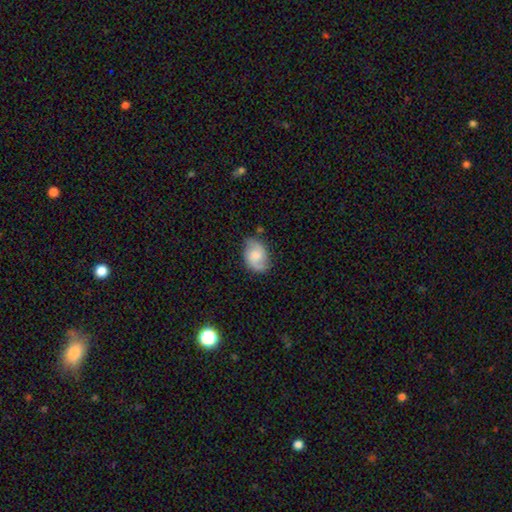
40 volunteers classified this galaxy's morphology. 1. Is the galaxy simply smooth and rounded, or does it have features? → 65% featured or disk, 25% smooth, 10% star or artifact.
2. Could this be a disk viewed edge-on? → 100% no, 0% yes.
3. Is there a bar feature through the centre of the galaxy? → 73% no, 23% weak, 4% strong.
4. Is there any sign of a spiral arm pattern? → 96% yes, 4% no.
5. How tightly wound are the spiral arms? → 52% medium, 24% tight, 24% loose.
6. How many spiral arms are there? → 96% 2, 4% can't tell, 0% 1, 0% 3, 0% 4, 0% more than 4.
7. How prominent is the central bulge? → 42% moderate, 19% large, 19% small, 19% none, 0% dominant.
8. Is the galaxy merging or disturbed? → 72% none, 14% minor disturbance, 14% major disturbance, 0% merger.